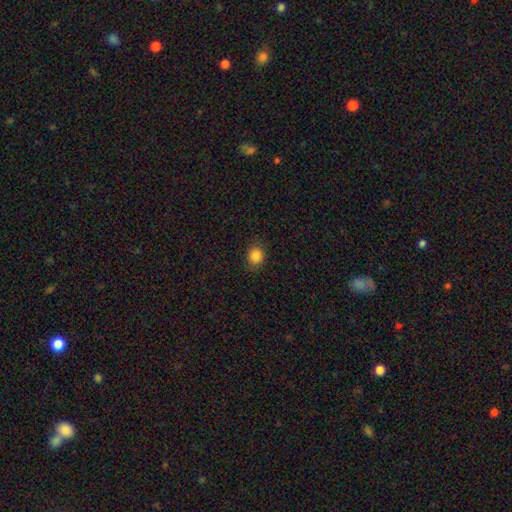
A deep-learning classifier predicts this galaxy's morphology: smooth-or-featured: smooth: 85% | star or artifact: 11% | featured or disk: 4%
  how-rounded: round: 63% | in between: 36% | cigar-shaped: 1%
  merging: none: 87% | minor disturbance: 10% | major disturbance: 3% | merger: 1%